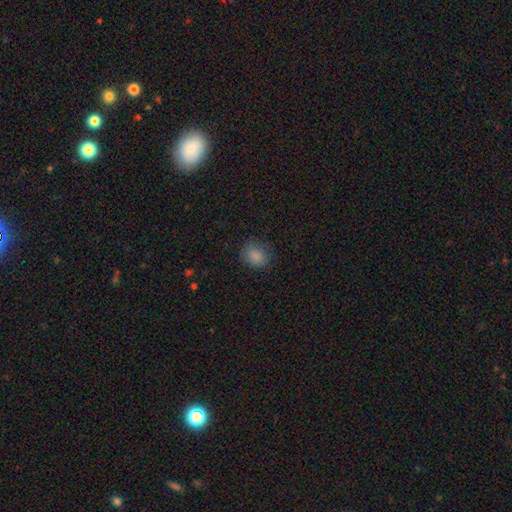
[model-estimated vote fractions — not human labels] Morphology: type=smooth (85%); roundness=round (55%); merging=none (78%).